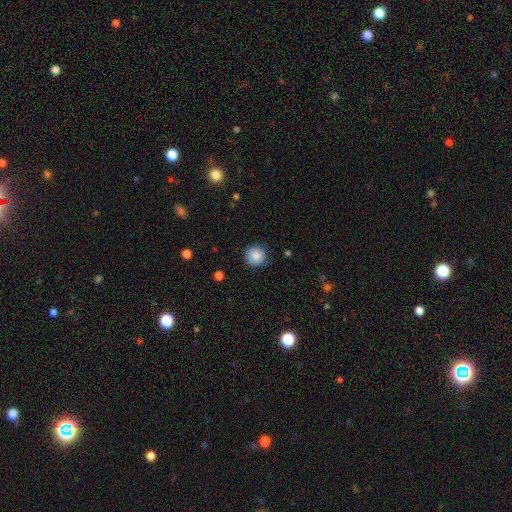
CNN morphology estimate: type=smooth (87%); roundness=round (94%); merging=none (85%).